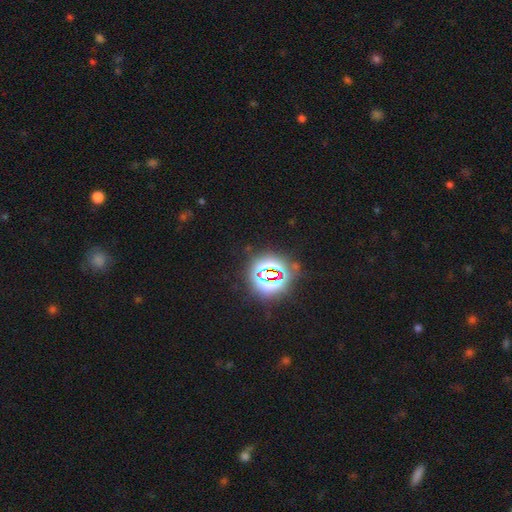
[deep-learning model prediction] A star or artifact, not a galaxy (81%).

Vote fractions:
- Smooth or featured? star or artifact: 81% / smooth: 12% / featured or disk: 6%